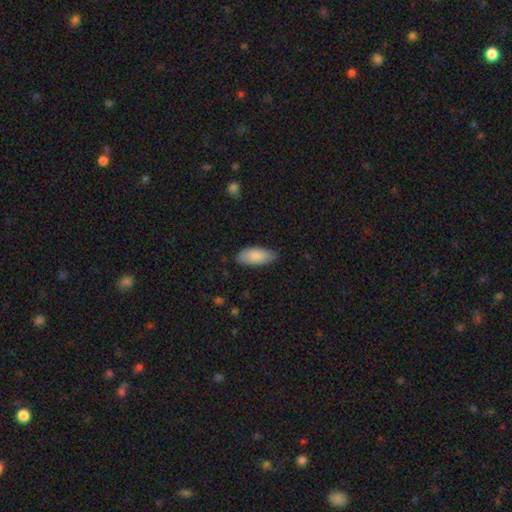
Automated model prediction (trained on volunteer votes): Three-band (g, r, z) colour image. It shows a smooth galaxy with no disk features (88%) that is in between round and cigar-shaped (86%). Merging: none (79%).